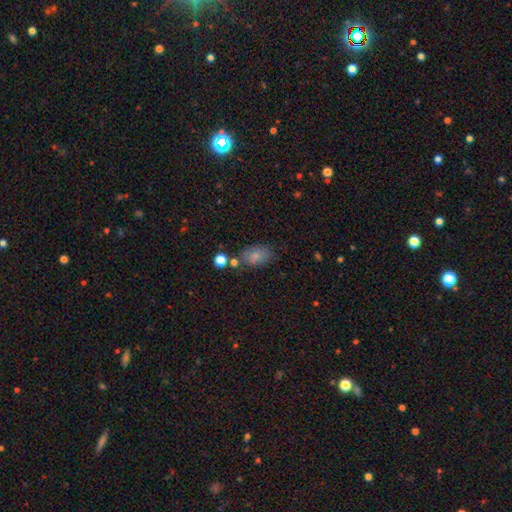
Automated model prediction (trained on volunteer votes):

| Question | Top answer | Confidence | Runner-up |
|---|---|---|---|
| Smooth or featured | smooth | 78% | featured or disk (12%) |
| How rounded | in between | 85% | round (13%) |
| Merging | none | 65% | minor disturbance (18%) |